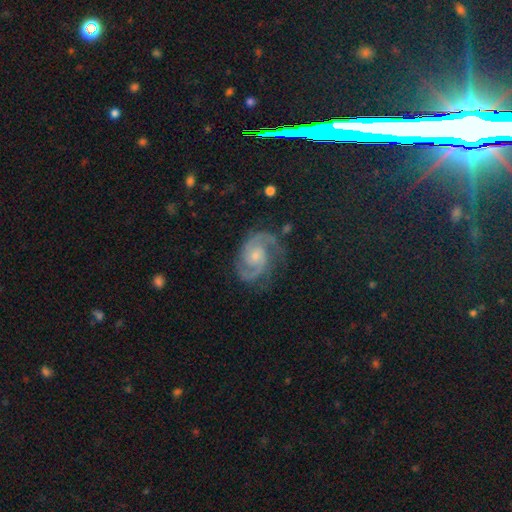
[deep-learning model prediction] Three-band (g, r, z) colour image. It shows a featured or disk galaxy (86%) with no bar (63%), 2 (89%) medium (53%) spiral arms (98%) and a small central bulge (47%). Merging: none (76%).